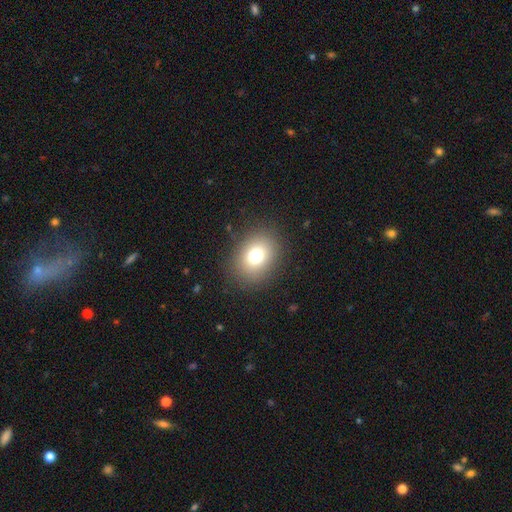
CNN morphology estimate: Smooth or featured?
  - smooth: 76% *
  - star or artifact: 14%
  - featured or disk: 11%
How rounded?
  - round: 51% *
  - in between: 48%
  - cigar-shaped: 1%
Merging?
  - none: 86% *
  - minor disturbance: 8%
  - major disturbance: 4%
  - merger: 1%